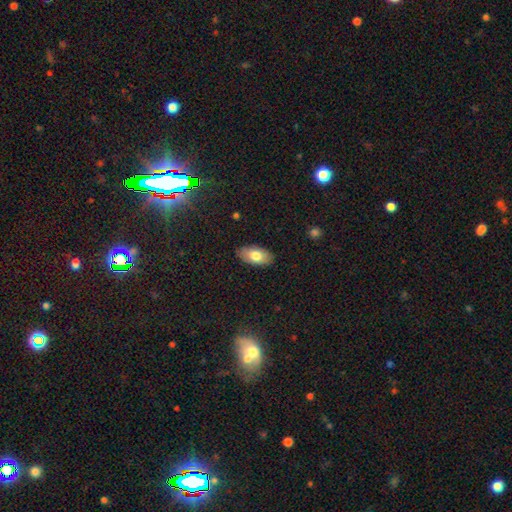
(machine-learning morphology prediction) Smooth or featured? smooth (75%)
How rounded? in between (93%)
Merging? none (87%)